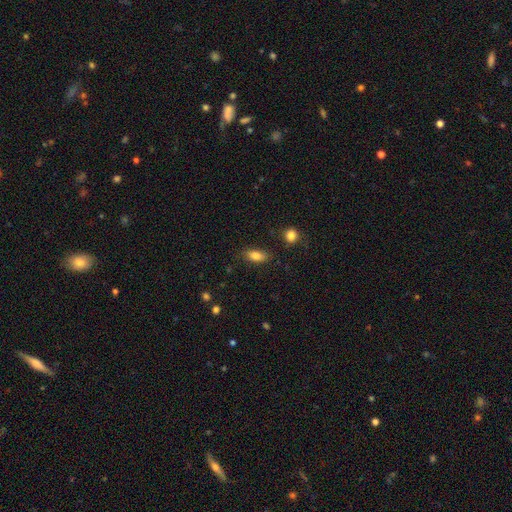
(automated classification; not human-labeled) This appears to be a smooth galaxy with no disk features (84%) that is in between round and cigar-shaped (86%). Merging: none (81%).